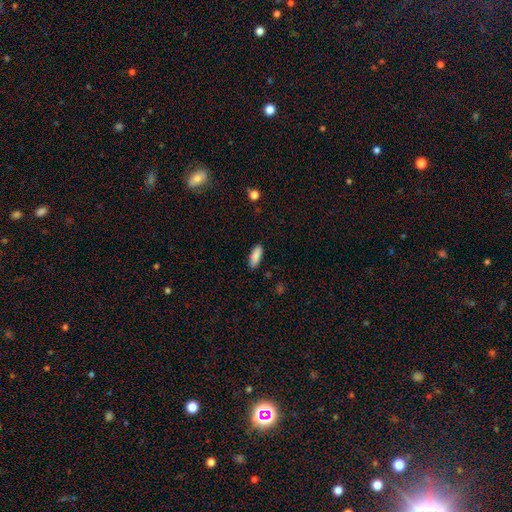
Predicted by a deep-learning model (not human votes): A smooth galaxy with no disk features (88%) that is in between round and cigar-shaped (74%).

Vote fractions:
- Smooth or featured? smooth: 88% / star or artifact: 7% / featured or disk: 5%
- How rounded? in between: 74% / cigar-shaped: 24% / round: 2%
- Merging? none: 87% / minor disturbance: 10% / major disturbance: 2% / merger: 1%